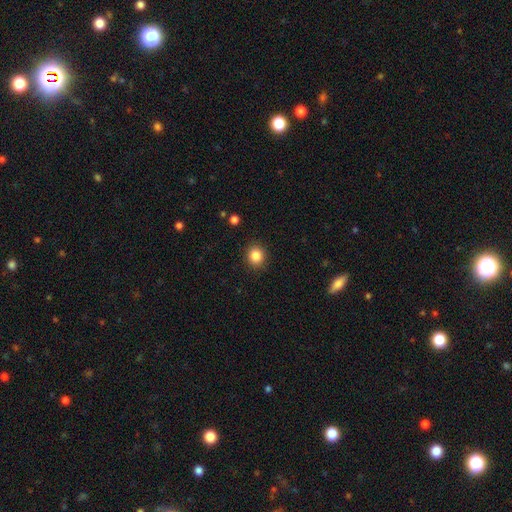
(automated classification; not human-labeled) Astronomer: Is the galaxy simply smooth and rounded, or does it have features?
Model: smooth — 85%.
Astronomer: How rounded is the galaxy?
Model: round — 83%.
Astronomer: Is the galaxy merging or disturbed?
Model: none — 90%.